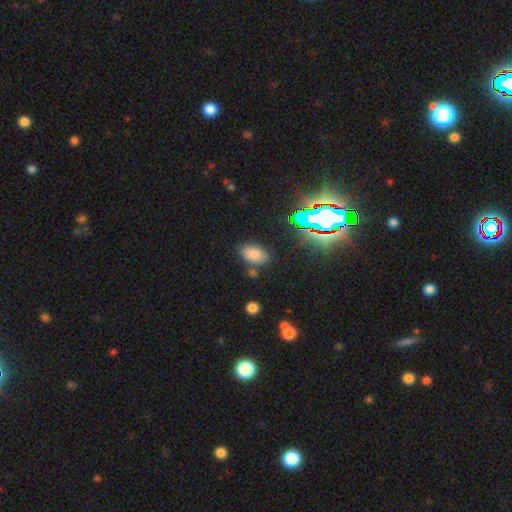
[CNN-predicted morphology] A smooth galaxy with no disk features (75%) that is in between round and cigar-shaped (92%). Merging: none (78%).